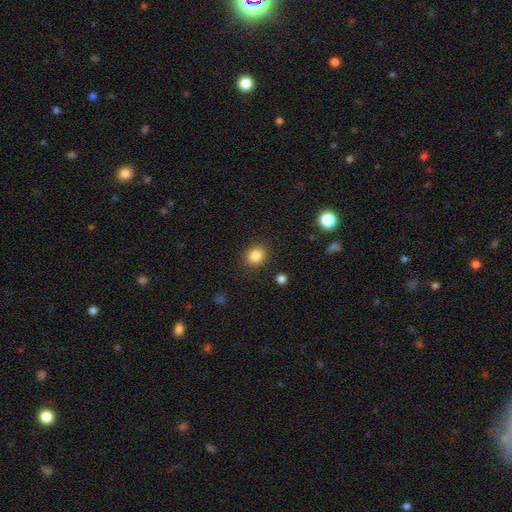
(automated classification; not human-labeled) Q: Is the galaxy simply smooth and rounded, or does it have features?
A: smooth — 85%.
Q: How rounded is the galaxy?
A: round — 68%.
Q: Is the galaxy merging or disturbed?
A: none — 89%.